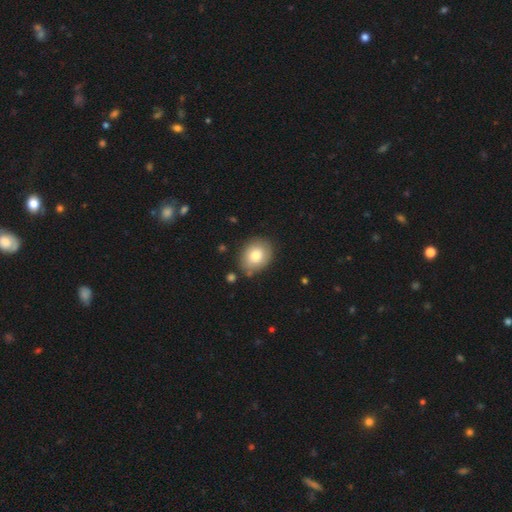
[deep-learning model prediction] smooth-or-featured: smooth: 75% | featured or disk: 17% | star or artifact: 7%
  how-rounded: round: 51% | in between: 49% | cigar-shaped: 1%
  merging: none: 79% | minor disturbance: 15% | major disturbance: 3% | merger: 3%